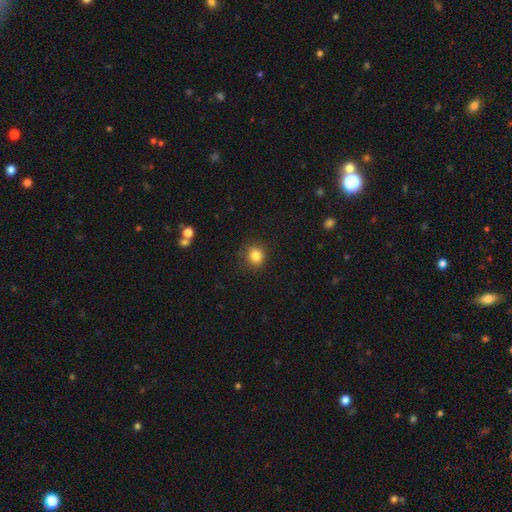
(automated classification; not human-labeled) smooth_or_featured: smooth (p=0.84) [alt: star or artifact p=0.11]
how_rounded: round (p=0.86) [alt: in between p=0.13]
merging: none (p=0.86) [alt: minor disturbance p=0.10]